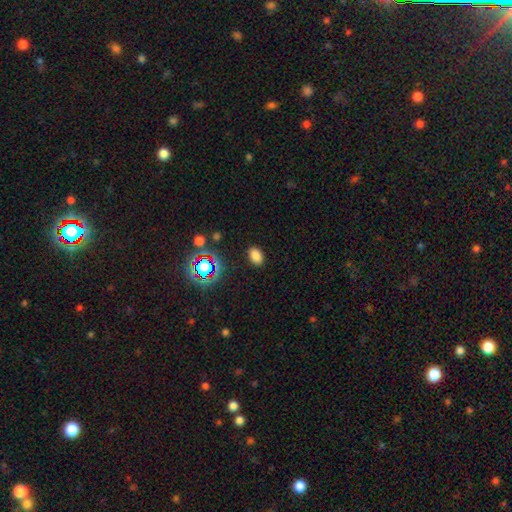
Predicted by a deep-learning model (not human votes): smooth-or-featured: smooth: 79% | star or artifact: 16% | featured or disk: 5%
  how-rounded: in between: 85% | round: 14% | cigar-shaped: 1%
  merging: none: 88% | minor disturbance: 9% | major disturbance: 3% | merger: 1%